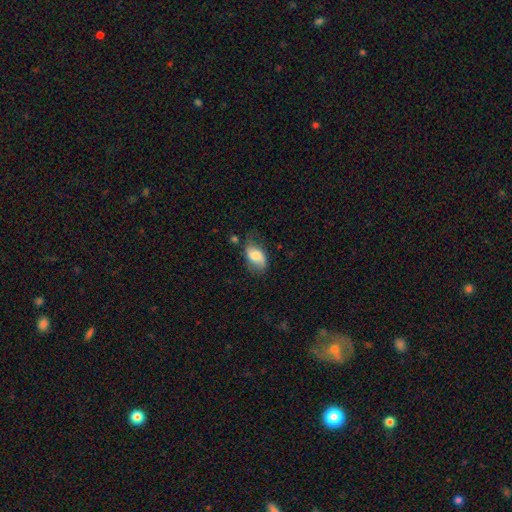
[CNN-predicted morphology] Smooth or featured?
  - smooth: 65% *
  - featured or disk: 27%
  - star or artifact: 8%
How rounded?
  - in between: 90% *
  - round: 8%
  - cigar-shaped: 2%
Merging?
  - none: 54% *
  - minor disturbance: 31%
  - major disturbance: 11%
  - merger: 3%